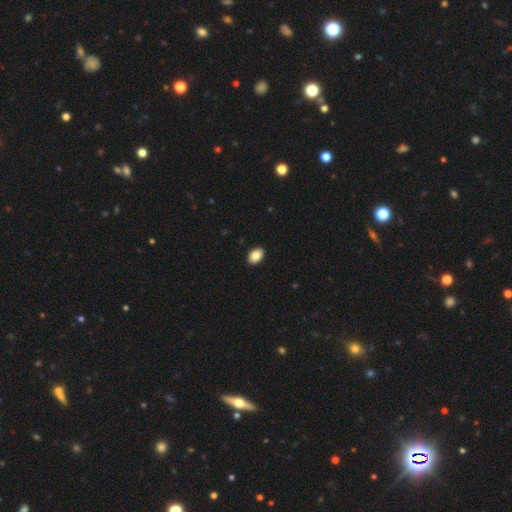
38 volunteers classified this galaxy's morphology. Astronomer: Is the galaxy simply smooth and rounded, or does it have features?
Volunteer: smooth — 87%.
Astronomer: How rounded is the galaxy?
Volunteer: in between — 97%.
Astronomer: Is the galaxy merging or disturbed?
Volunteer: none — 97%.